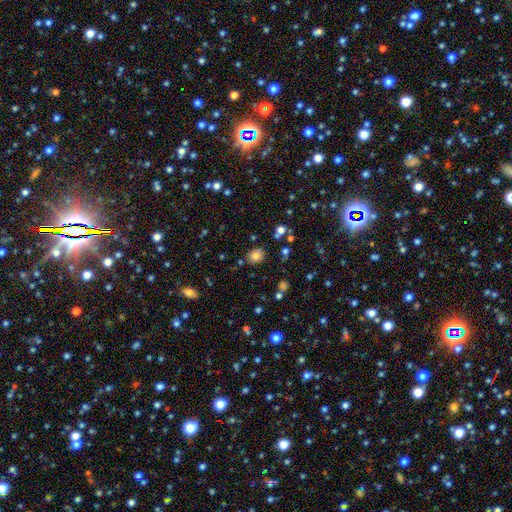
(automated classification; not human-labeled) The model was most divided on "how rounded": round: 60%, in between: 39%, cigar-shaped: 1%. More confident: merging — none (81%); smooth or featured — smooth (79%).